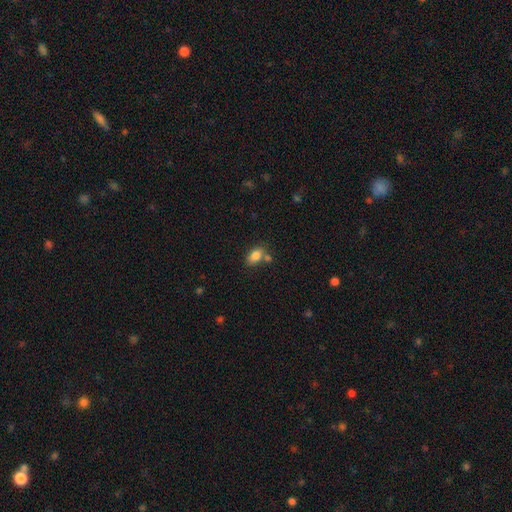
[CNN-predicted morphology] Overall: smooth (83%). How rounded: in between (87%). Merging: none (61%).